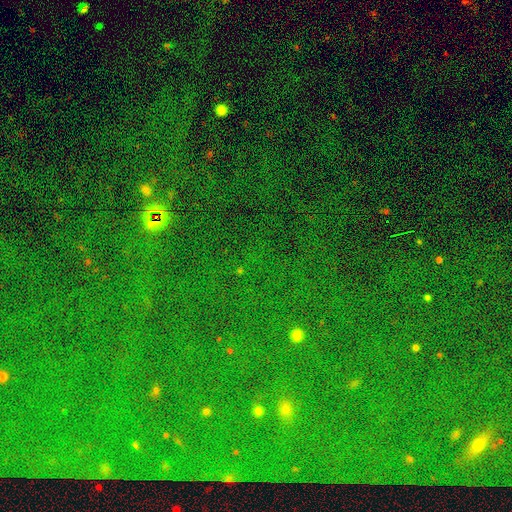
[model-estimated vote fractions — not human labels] A star or artifact, not a galaxy (79%).

Vote fractions:
- Smooth or featured? star or artifact: 79% / smooth: 13% / featured or disk: 8%